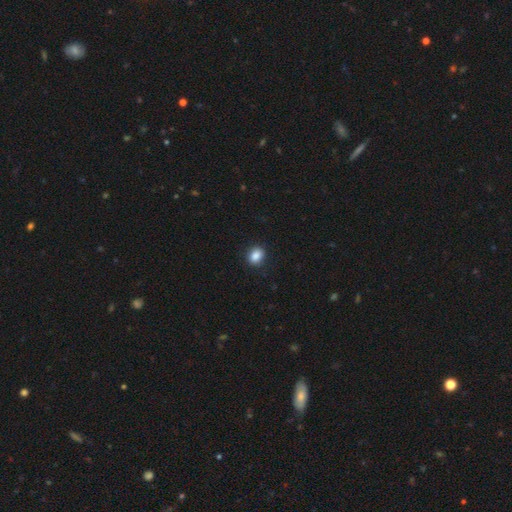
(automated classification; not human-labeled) smooth 87%, star or artifact 9%, featured or disk 4%. Down the decision tree: how rounded — in between (52%); merging — none (89%).